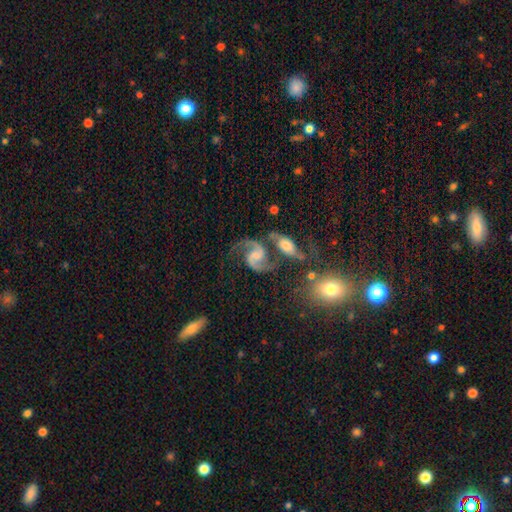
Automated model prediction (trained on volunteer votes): The model was most divided on "bar": no: 45%, weak: 43%, strong: 13%. Remaining: edge-on disk — no (98%); spiral arms — yes (97%); spiral arm count — 2 (93%); smooth or featured — featured or disk (88%); spiral winding — medium (51%); merging — none (44%); bulge size — small (37%).